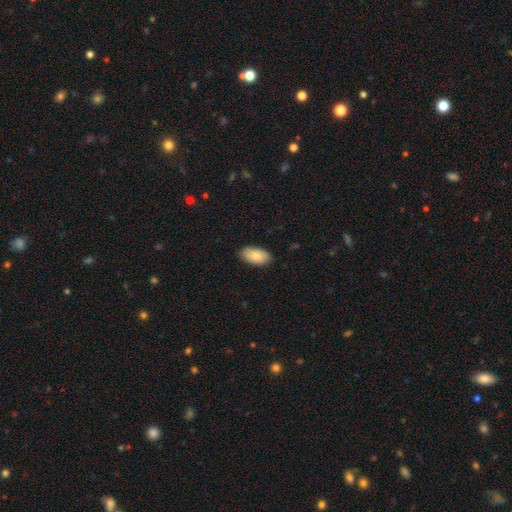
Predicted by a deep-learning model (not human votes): This appears to be a smooth galaxy with no disk features (86%) that is in between round and cigar-shaped (95%). Merging: none (87%).